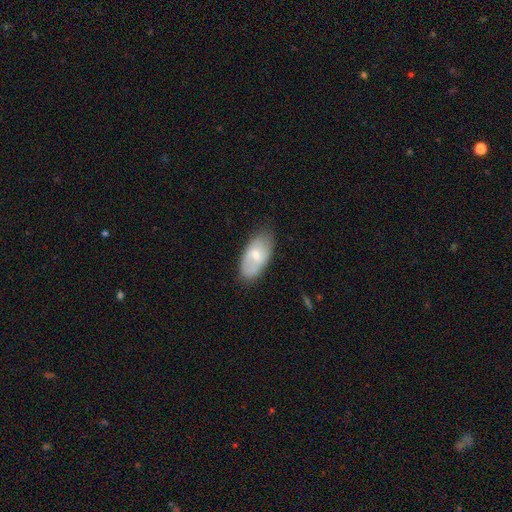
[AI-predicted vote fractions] smooth-or-featured: smooth: 55% | featured or disk: 39% | star or artifact: 6%
  how-rounded: in between: 92% | cigar-shaped: 4% | round: 3%
  merging: none: 75% | minor disturbance: 20% | major disturbance: 4% | merger: 1%